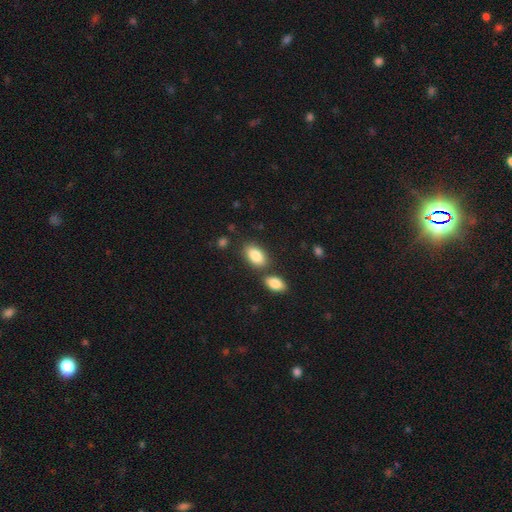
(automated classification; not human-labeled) Q: Smooth or featured?
A: smooth (86%); runner-up: featured or disk (7%)
Q: How rounded?
A: in between (92%); runner-up: round (6%)
Q: Merging?
A: none (68%); runner-up: merger (17%)